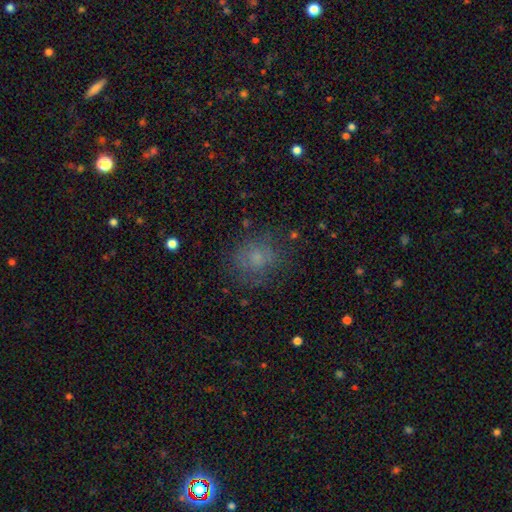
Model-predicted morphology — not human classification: smooth 59%, star or artifact 24%, featured or disk 17%. Down the decision tree: how rounded — round (71%); merging — none (74%).